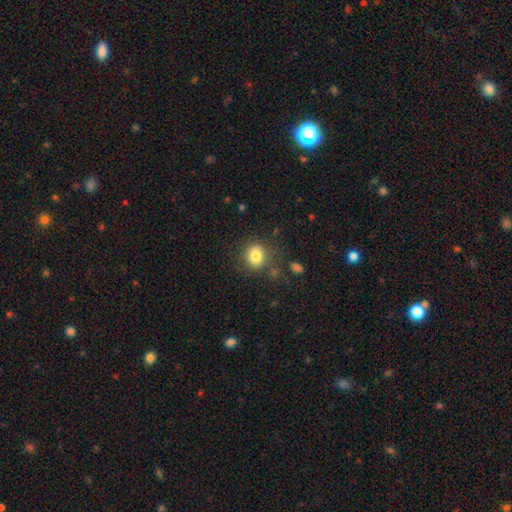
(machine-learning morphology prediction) Q: Smooth or featured?
A: smooth (82%); runner-up: star or artifact (11%)
Q: How rounded?
A: round (70%); runner-up: in between (29%)
Q: Merging?
A: none (78%); runner-up: minor disturbance (13%)